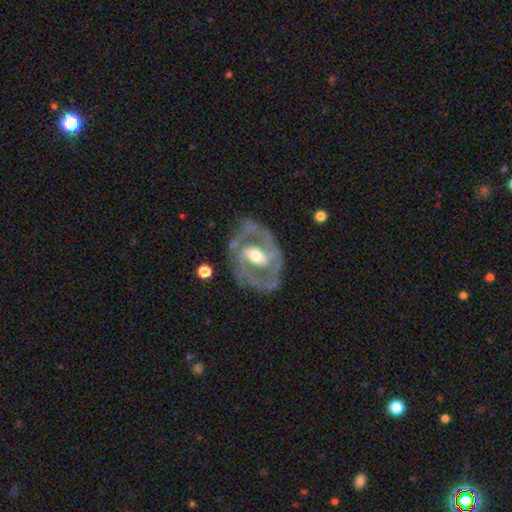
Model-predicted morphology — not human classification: Smooth or featured?
  - featured or disk: 86% *
  - smooth: 10%
  - star or artifact: 4%
Edge-on disk?
  - no: 96% *
  - yes: 4%
Bar?
  - weak: 40% *
  - strong: 39%
  - no: 21%
Spiral arms?
  - yes: 86% *
  - no: 14%
Spiral winding?
  - medium: 51% *
  - tight: 34%
  - loose: 15%
Spiral arm count?
  - 2: 83% *
  - can't tell: 7%
  - 3: 4%
  - 1: 3%
  - 4: 1%
  - more than 4: 1%
Bulge size?
  - moderate: 71% *
  - small: 17%
  - large: 10%
  - dominant: 1%
  - none: 1%
Merging?
  - none: 74% *
  - minor disturbance: 16%
  - major disturbance: 8%
  - merger: 2%